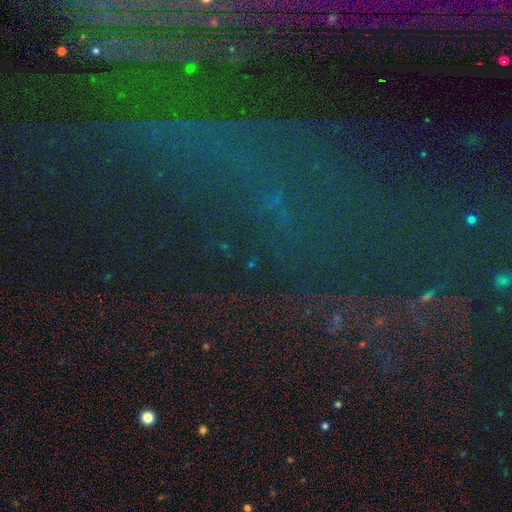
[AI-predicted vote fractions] smooth_or_featured: star or artifact (p=0.80) [alt: featured or disk p=0.10]